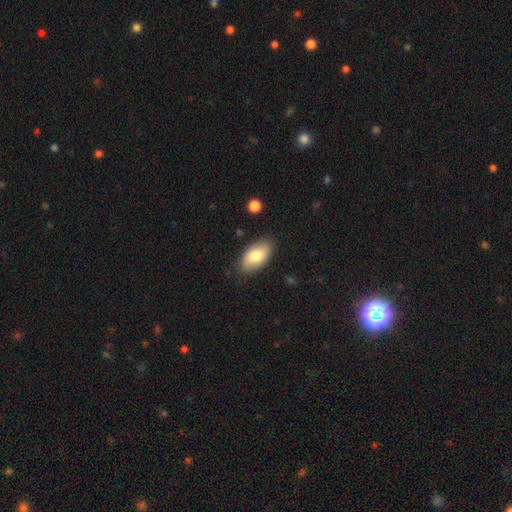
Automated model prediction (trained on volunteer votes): This appears to be a smooth galaxy with no disk features (78%) that is in between round and cigar-shaped (94%). Merging: none (83%).